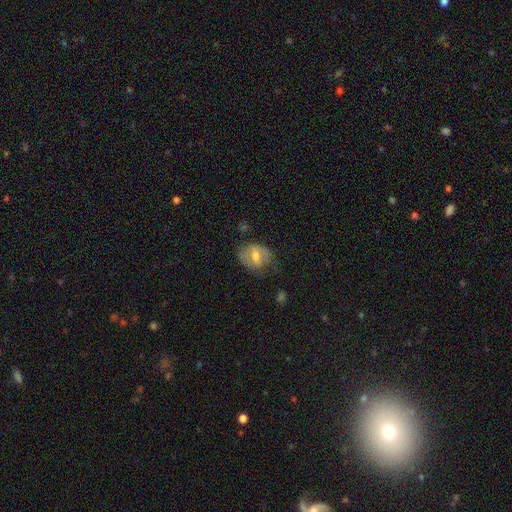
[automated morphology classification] smooth 52%, featured or disk 41%, star or artifact 8%. Down the decision tree: how rounded — in between (58%); merging — none (65%).